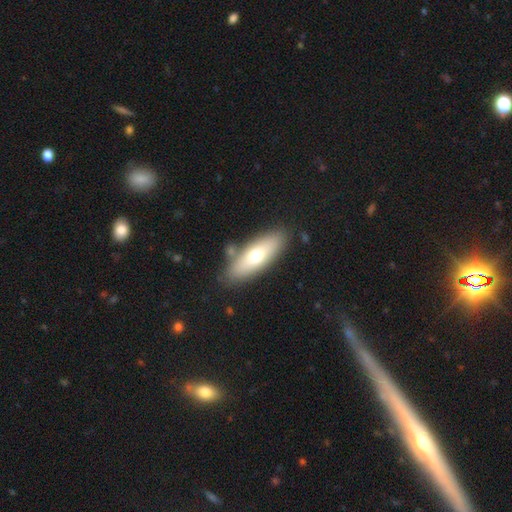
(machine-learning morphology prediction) smooth-or-featured: smooth: 64% | featured or disk: 30% | star or artifact: 6%
  how-rounded: in between: 60% | cigar-shaped: 38% | round: 2%
  merging: none: 82% | minor disturbance: 10% | merger: 5% | major disturbance: 3%